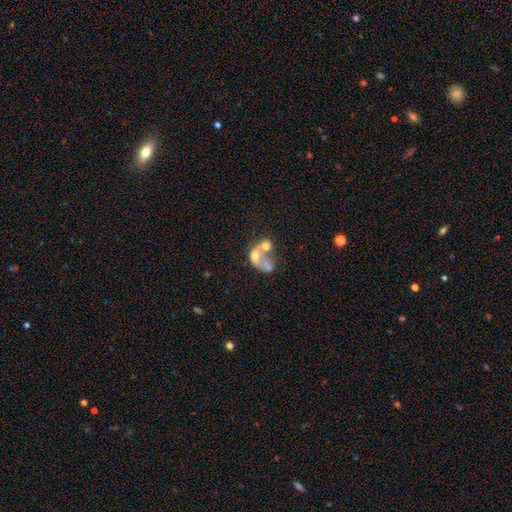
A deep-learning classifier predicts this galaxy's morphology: The model was most divided on "smooth or featured": featured or disk: 45%, smooth: 43%, star or artifact: 13%. More confident: merging — merger (62%).